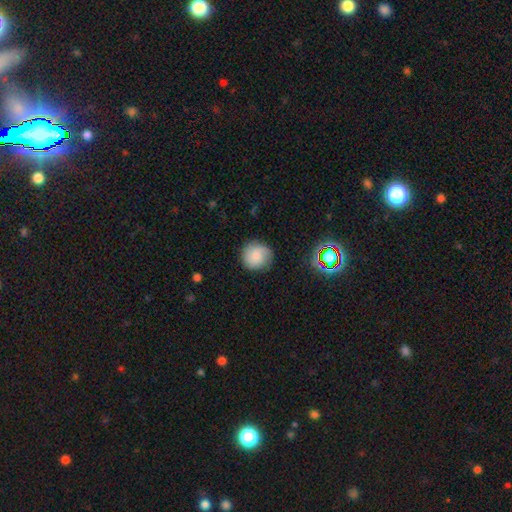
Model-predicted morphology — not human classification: A smooth galaxy with no disk features (68%) that is round (90%). Merging: none (78%).